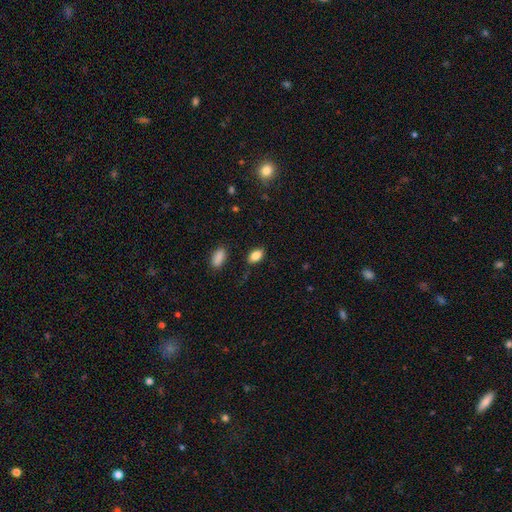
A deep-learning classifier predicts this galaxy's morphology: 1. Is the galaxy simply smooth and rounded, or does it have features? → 85% smooth, 9% star or artifact, 6% featured or disk.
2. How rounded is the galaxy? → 89% in between, 8% round, 3% cigar-shaped.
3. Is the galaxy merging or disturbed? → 83% none, 12% minor disturbance, 3% major disturbance, 2% merger.